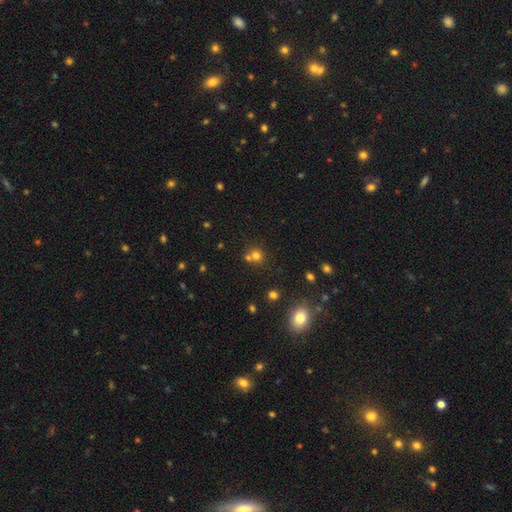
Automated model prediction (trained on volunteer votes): A smooth galaxy with no disk features (69%) that is round (87%).

Vote fractions:
- Smooth or featured? smooth: 69% / star or artifact: 21% / featured or disk: 10%
- How rounded? round: 87% / in between: 12% / cigar-shaped: 1%
- Merging? none: 57% / merger: 32% / minor disturbance: 8% / major disturbance: 3%